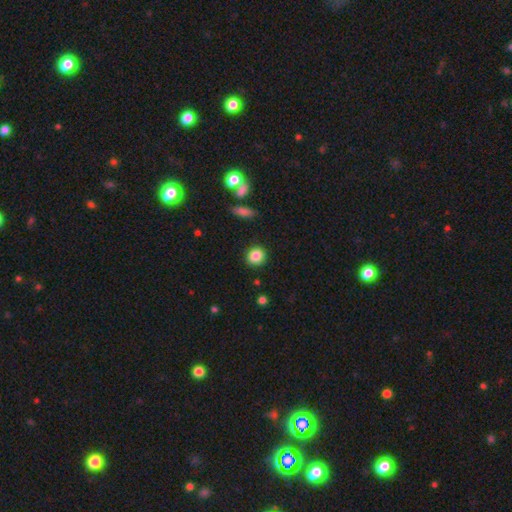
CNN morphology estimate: A smooth galaxy with no disk features (85%) that is round (85%).

Vote fractions:
- Smooth or featured? smooth: 85% / star or artifact: 10% / featured or disk: 5%
- How rounded? round: 85% / in between: 14% / cigar-shaped: 1%
- Merging? none: 90% / minor disturbance: 6% / major disturbance: 2% / merger: 2%